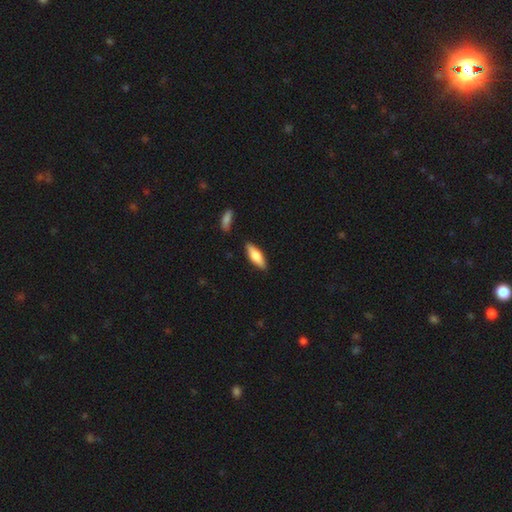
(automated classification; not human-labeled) Smooth or featured?
  - smooth: 72% *
  - featured or disk: 22%
  - star or artifact: 6%
How rounded?
  - in between: 53% *
  - cigar-shaped: 45%
  - round: 2%
Merging?
  - none: 85% *
  - minor disturbance: 10%
  - merger: 3%
  - major disturbance: 2%